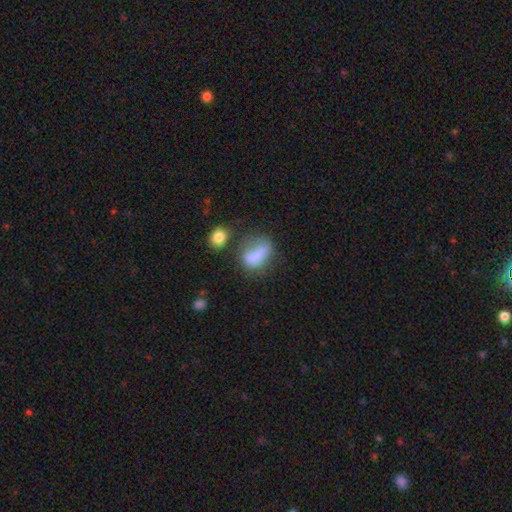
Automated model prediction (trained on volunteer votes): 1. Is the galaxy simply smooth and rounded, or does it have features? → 73% smooth, 16% featured or disk, 11% star or artifact.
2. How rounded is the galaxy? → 72% in between, 19% round, 9% cigar-shaped.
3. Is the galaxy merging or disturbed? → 37% none, 25% minor disturbance, 23% major disturbance, 15% merger.